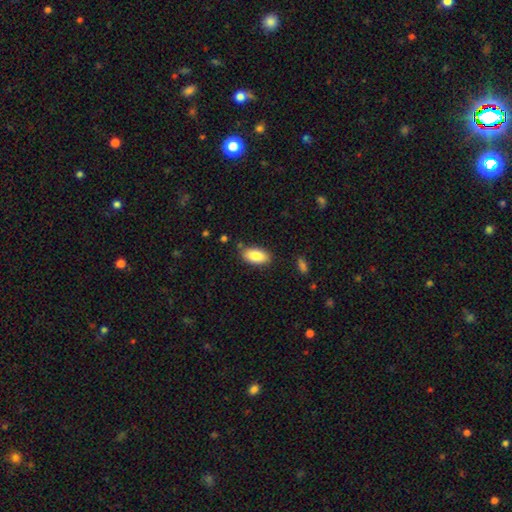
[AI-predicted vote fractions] This is clearly a smooth galaxy (86%). How rounded: clearly in between (92%). Merging: clearly none (81%).